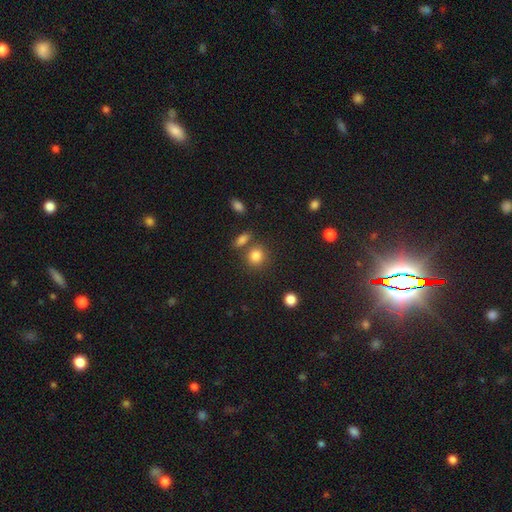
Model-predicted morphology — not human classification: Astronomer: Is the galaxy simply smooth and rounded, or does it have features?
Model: smooth — 82%.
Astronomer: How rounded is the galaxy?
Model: round — 77%.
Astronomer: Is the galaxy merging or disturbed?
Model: none — 69%.